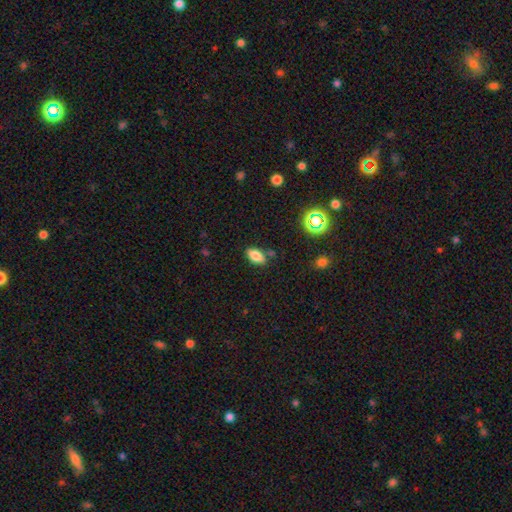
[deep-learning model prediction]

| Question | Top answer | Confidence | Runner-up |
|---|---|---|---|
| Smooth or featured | smooth | 77% | featured or disk (12%) |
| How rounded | in between | 85% | cigar-shaped (11%) |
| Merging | none | 80% | minor disturbance (13%) |